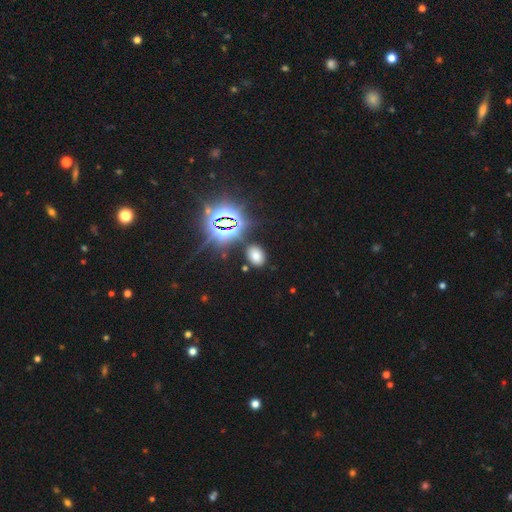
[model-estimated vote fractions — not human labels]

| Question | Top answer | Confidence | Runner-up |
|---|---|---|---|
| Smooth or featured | smooth | 61% | star or artifact (31%) |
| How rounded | in between | 72% | round (26%) |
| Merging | none | 85% | minor disturbance (9%) |